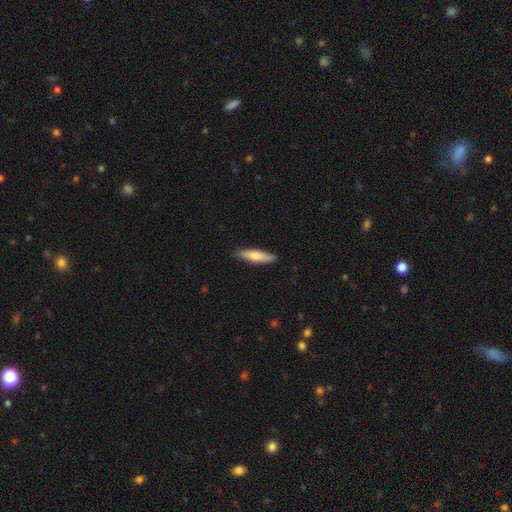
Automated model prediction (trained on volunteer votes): smooth 73%, featured or disk 22%, star or artifact 5%. Down the decision tree: how rounded — cigar-shaped (73%); merging — none (87%).